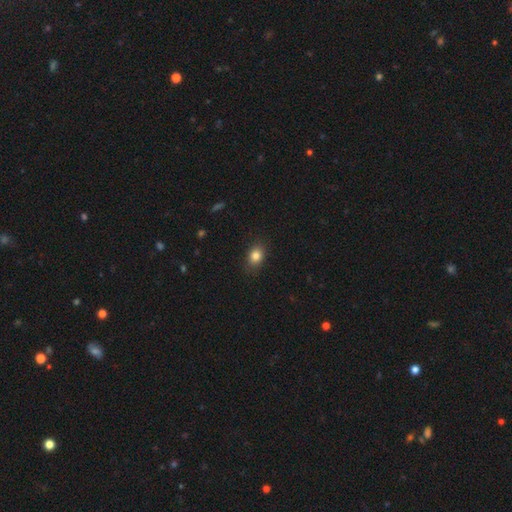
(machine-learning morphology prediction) Smooth or featured?
  - smooth: 83% *
  - star or artifact: 10%
  - featured or disk: 7%
How rounded?
  - in between: 65% *
  - round: 33%
  - cigar-shaped: 1%
Merging?
  - none: 84% *
  - minor disturbance: 12%
  - major disturbance: 3%
  - merger: 1%